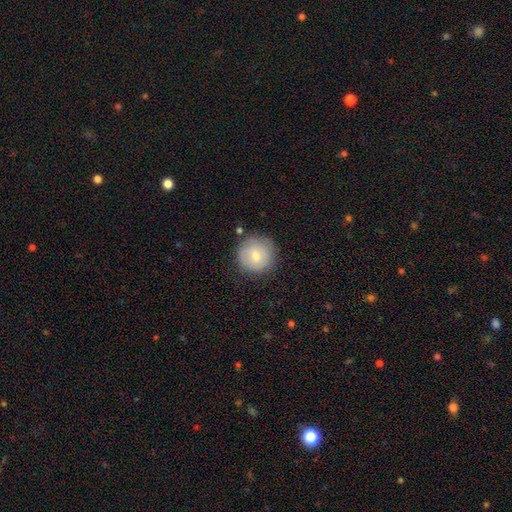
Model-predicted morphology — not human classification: This is likely a smooth galaxy (72%). How rounded: clearly round (95%). Merging: clearly none (81%).